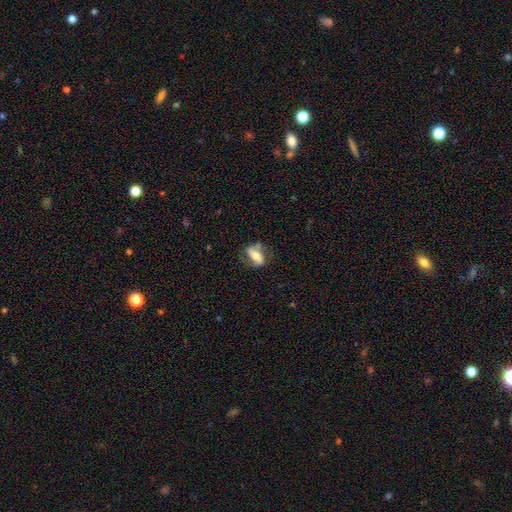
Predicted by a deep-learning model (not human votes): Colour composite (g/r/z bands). It shows a featured or disk galaxy (57%). Merging: none (63%).